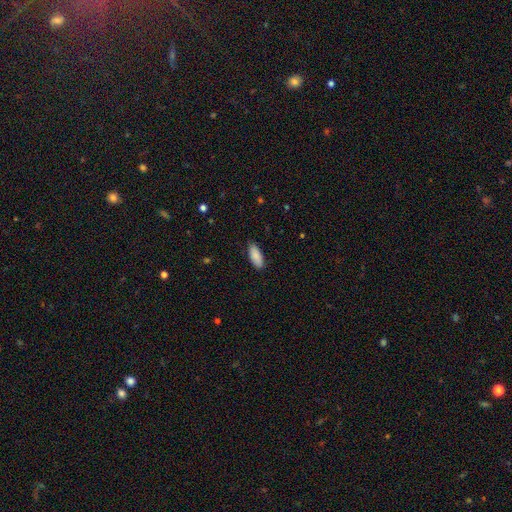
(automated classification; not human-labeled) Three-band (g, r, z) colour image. It shows a smooth galaxy with no disk features (89%) that is in between round and cigar-shaped (83%). Merging: none (85%).